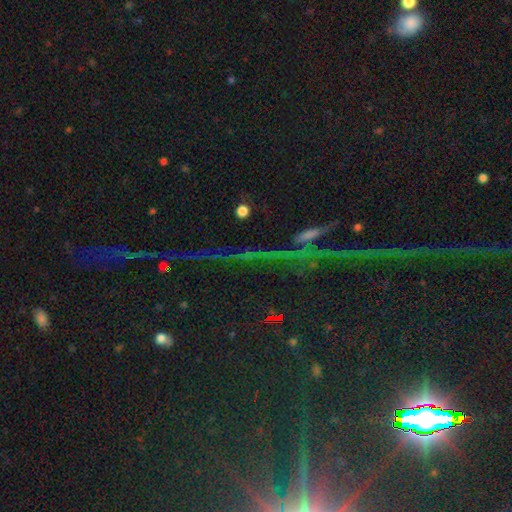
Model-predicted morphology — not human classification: Q: Smooth or featured?
A: star or artifact (82%); runner-up: featured or disk (10%)